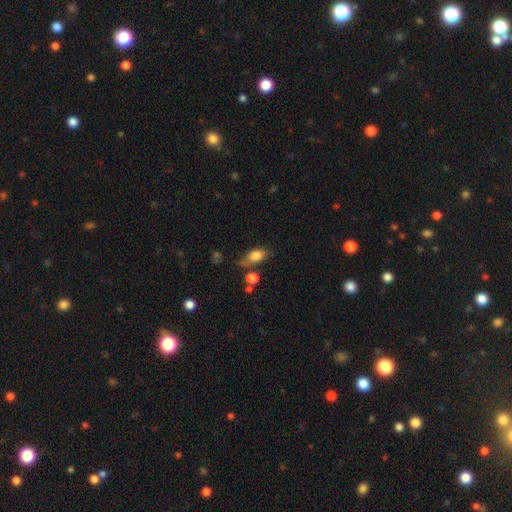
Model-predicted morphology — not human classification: Smooth or featured? Predicted: smooth (p=0.76). How rounded? Predicted: in between (p=0.83). Merging? Predicted: none (p=0.53).